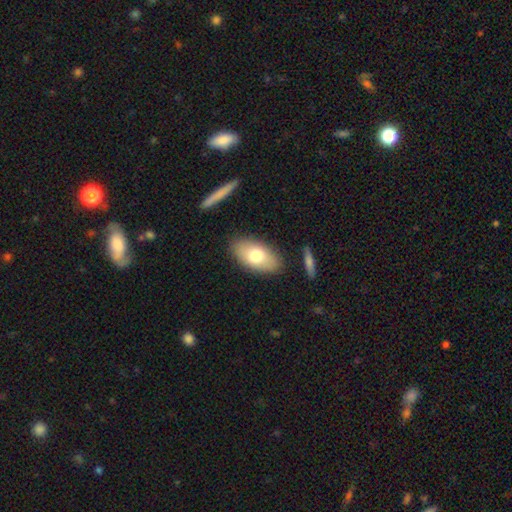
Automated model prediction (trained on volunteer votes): smooth-or-featured: smooth: 71% | featured or disk: 22% | star or artifact: 7%
  how-rounded: in between: 92% | round: 5% | cigar-shaped: 3%
  merging: none: 84% | minor disturbance: 10% | major disturbance: 3% | merger: 2%